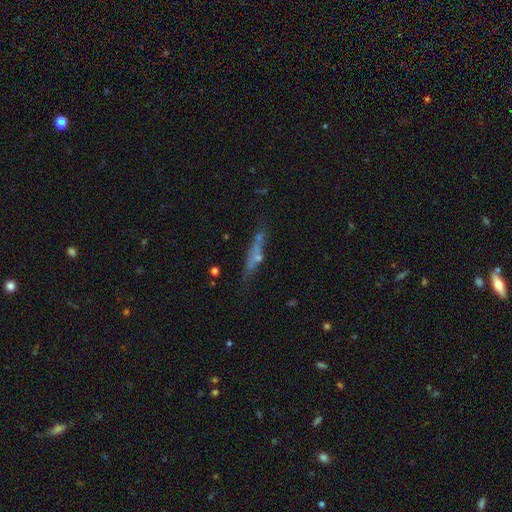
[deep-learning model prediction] A smooth galaxy with no disk features (43%, tied with featured or disk).

Vote fractions:
- Smooth or featured? smooth: 43% (tied) / featured or disk: 43% (tied) / star or artifact: 14%
- Merging? none: 58% / minor disturbance: 21% / merger: 11% / major disturbance: 10%